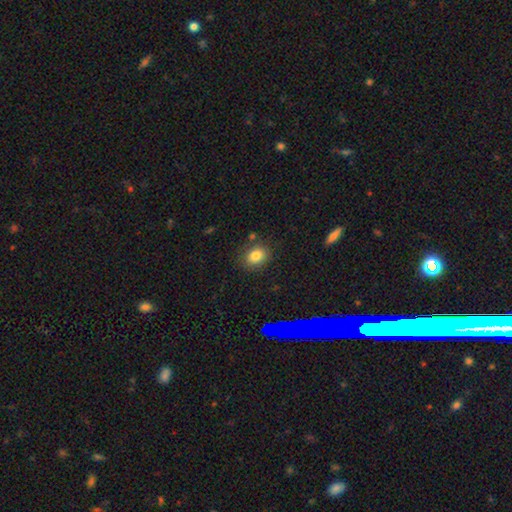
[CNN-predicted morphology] A smooth galaxy with no disk features (80%) that is in between round and cigar-shaped (51%).

Vote fractions:
- Smooth or featured? smooth: 80% / star or artifact: 12% / featured or disk: 8%
- How rounded? in between: 51% / round: 48% / cigar-shaped: 1%
- Merging? none: 83% / minor disturbance: 11% / merger: 4% / major disturbance: 3%